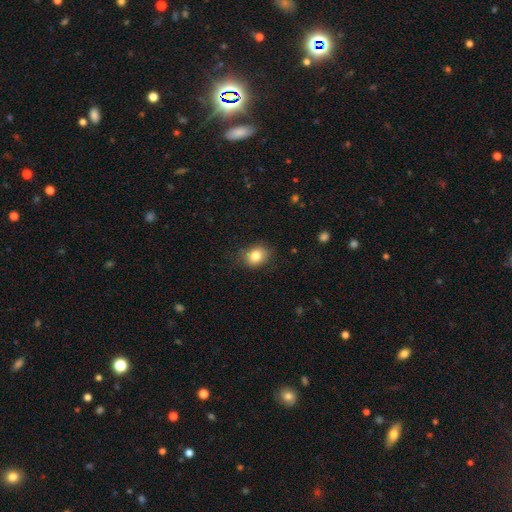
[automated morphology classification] smooth-or-featured: smooth: 82% | star or artifact: 10% | featured or disk: 8%
  how-rounded: round: 56% | in between: 43% | cigar-shaped: 1%
  merging: none: 79% | minor disturbance: 16% | major disturbance: 4% | merger: 1%